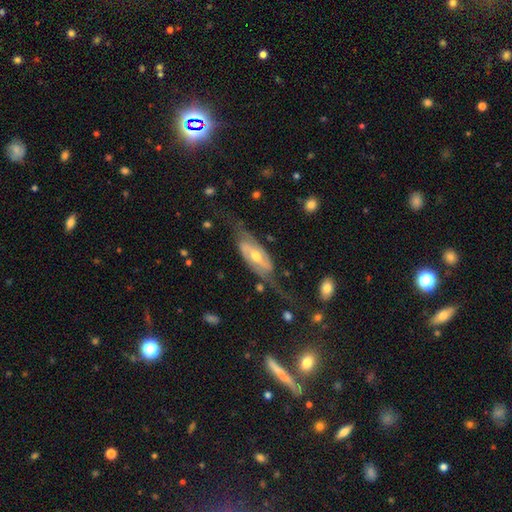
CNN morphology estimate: Smooth or featured: featured or disk — 85% (smooth — 10%)
Edge-on disk: no — 86% (yes — 14%)
Bar: strong — 43% (weak — 38%)
Spiral arms: yes — 93% (no — 7%)
Spiral winding: loose — 52% (medium — 34%)
Spiral arm count: 2 — 90% (can't tell — 5%)
Bulge size: moderate — 66% (small — 27%)
Merging: none — 56% (major disturbance — 22%)